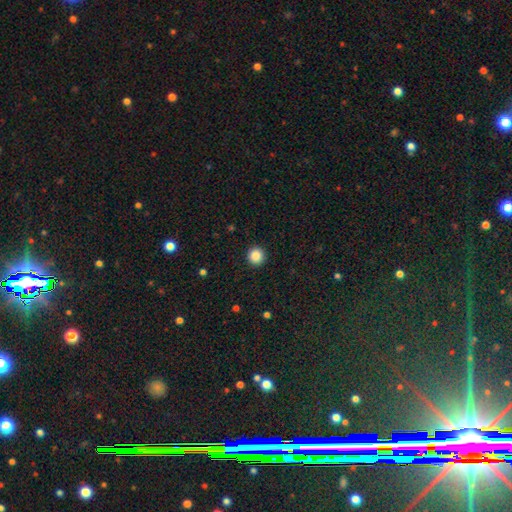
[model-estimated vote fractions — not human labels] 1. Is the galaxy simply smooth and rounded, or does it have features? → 87% smooth, 10% star or artifact, 3% featured or disk.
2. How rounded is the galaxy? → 95% round, 4% in between, 1% cigar-shaped.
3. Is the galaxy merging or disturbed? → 93% none, 5% minor disturbance, 2% major disturbance, 1% merger.